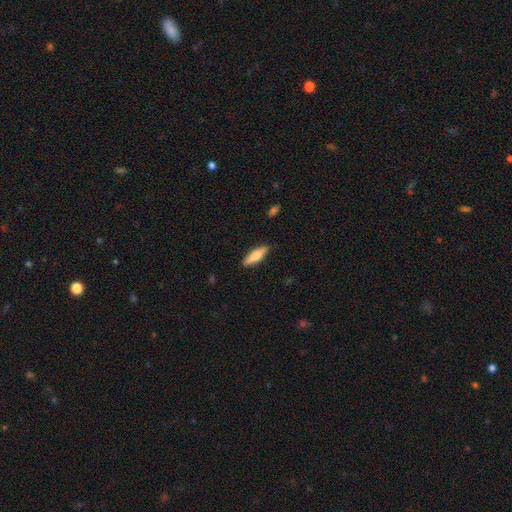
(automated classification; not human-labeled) Smooth or featured?
  - smooth: 76% *
  - featured or disk: 19%
  - star or artifact: 5%
How rounded?
  - cigar-shaped: 58% *
  - in between: 40%
  - round: 2%
Merging?
  - none: 87% *
  - minor disturbance: 10%
  - major disturbance: 2%
  - merger: 1%